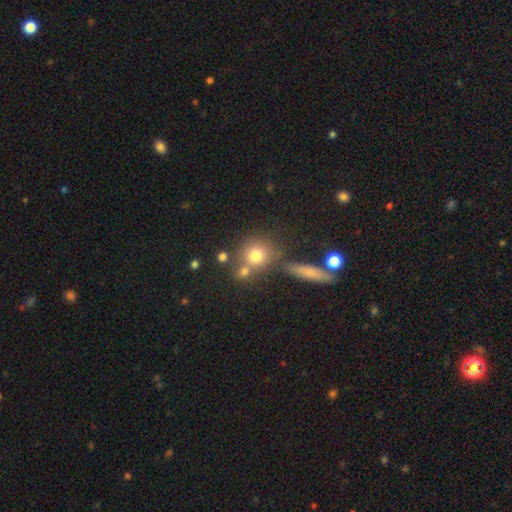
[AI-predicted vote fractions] smooth_or_featured: smooth (p=0.73) [alt: star or artifact p=0.14]
how_rounded: round (p=0.84) [alt: in between p=0.13]
merging: none (p=0.62) [alt: merger p=0.23]